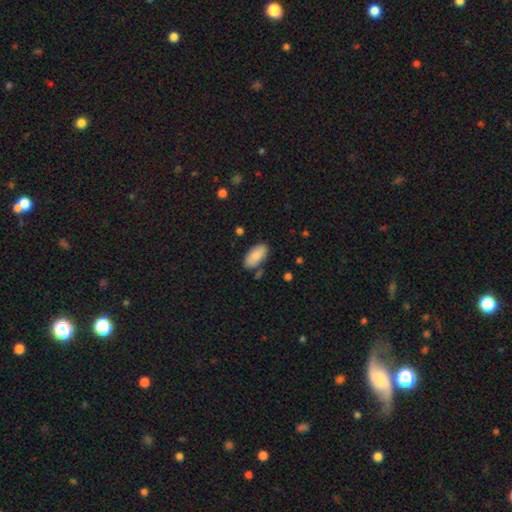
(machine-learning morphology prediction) Q: Smooth or featured?
A: smooth (84%); runner-up: featured or disk (10%)
Q: How rounded?
A: in between (93%); runner-up: cigar-shaped (4%)
Q: Merging?
A: none (78%); runner-up: minor disturbance (15%)